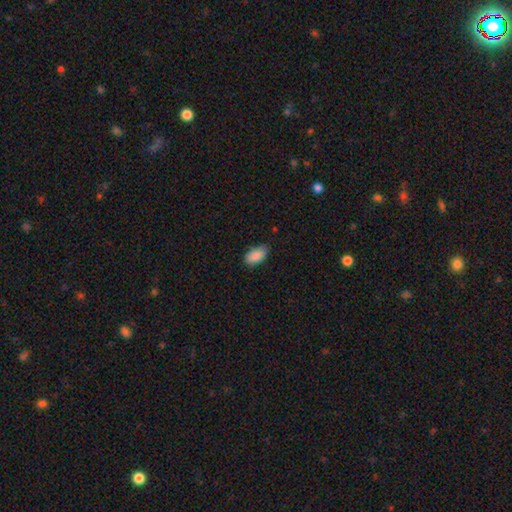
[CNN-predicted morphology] smooth_or_featured: smooth (p=0.88) [alt: star or artifact p=0.07]
how_rounded: in between (p=0.94) [alt: round p=0.03]
merging: none (p=0.76) [alt: minor disturbance p=0.20]